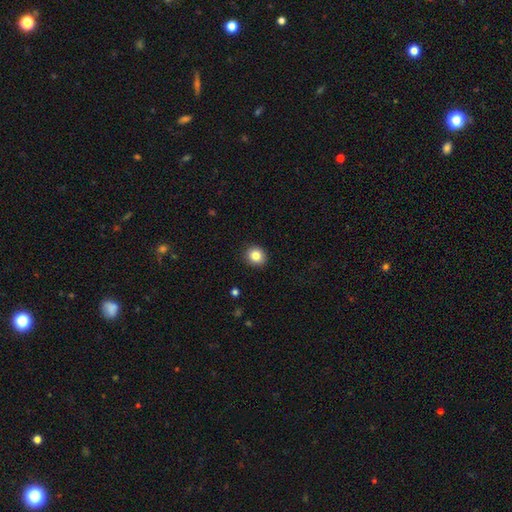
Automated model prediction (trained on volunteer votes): smooth-or-featured: smooth: 84% | star or artifact: 10% | featured or disk: 6%
  how-rounded: round: 79% | in between: 20% | cigar-shaped: 1%
  merging: none: 91% | minor disturbance: 7% | major disturbance: 2% | merger: 1%